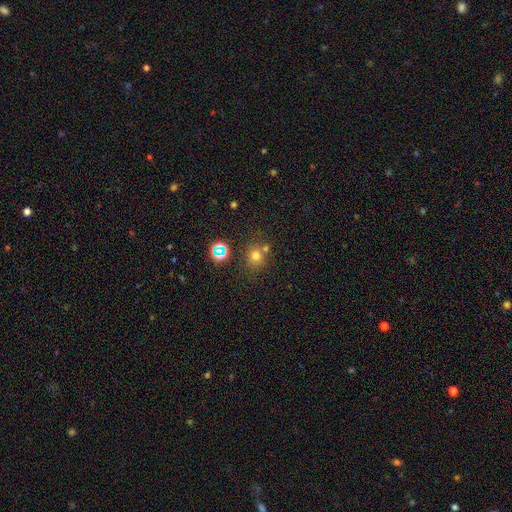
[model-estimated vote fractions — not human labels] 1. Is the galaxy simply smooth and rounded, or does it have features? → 69% smooth, 23% star or artifact, 8% featured or disk.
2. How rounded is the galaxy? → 84% round, 15% in between, 1% cigar-shaped.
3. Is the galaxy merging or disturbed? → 67% none, 19% merger, 10% minor disturbance, 4% major disturbance.